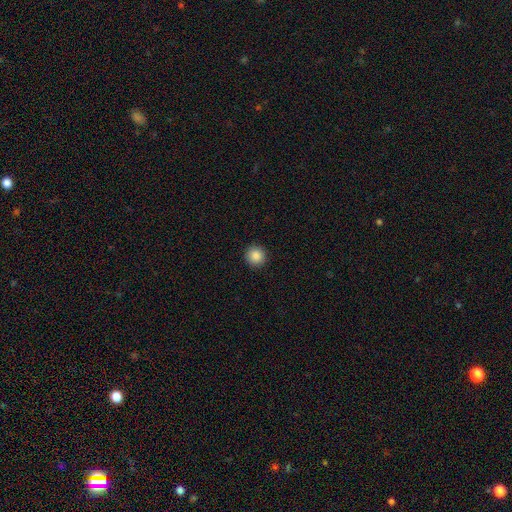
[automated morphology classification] Smooth or featured? smooth (87%)
How rounded? round (94%)
Merging? none (93%)